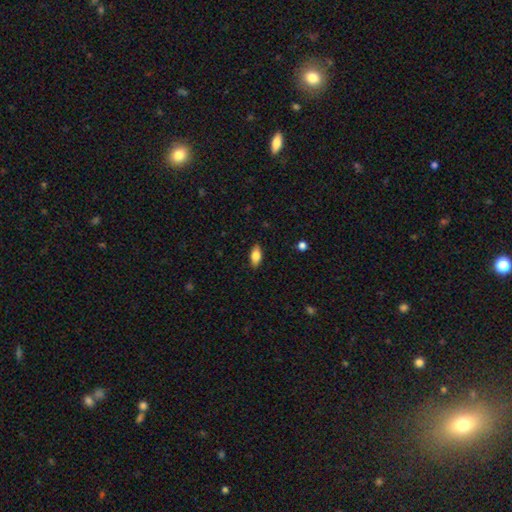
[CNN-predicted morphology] smooth 79%, featured or disk 14%, star or artifact 7%. Down the decision tree: how rounded — in between (87%); merging — none (87%).